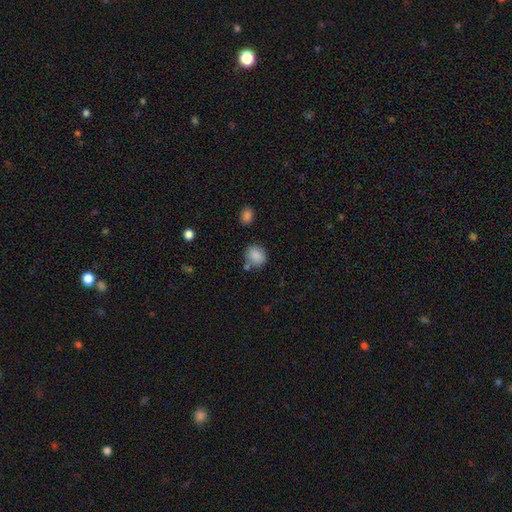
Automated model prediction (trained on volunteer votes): Smooth or featured?
  - smooth: 86% *
  - star or artifact: 9%
  - featured or disk: 5%
How rounded?
  - round: 66% *
  - in between: 33%
  - cigar-shaped: 1%
Merging?
  - none: 71% *
  - minor disturbance: 15%
  - merger: 9%
  - major disturbance: 4%